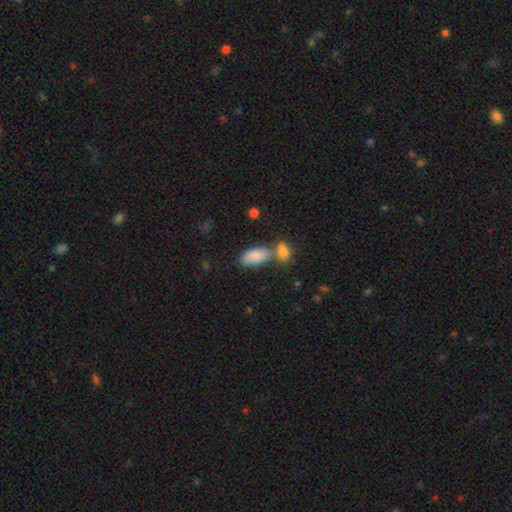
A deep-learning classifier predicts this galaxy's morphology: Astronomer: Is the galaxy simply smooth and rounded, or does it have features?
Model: smooth — 84%.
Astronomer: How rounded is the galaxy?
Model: in between — 89%.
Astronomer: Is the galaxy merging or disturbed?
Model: none — 52% (runner-up: merger, 33%).